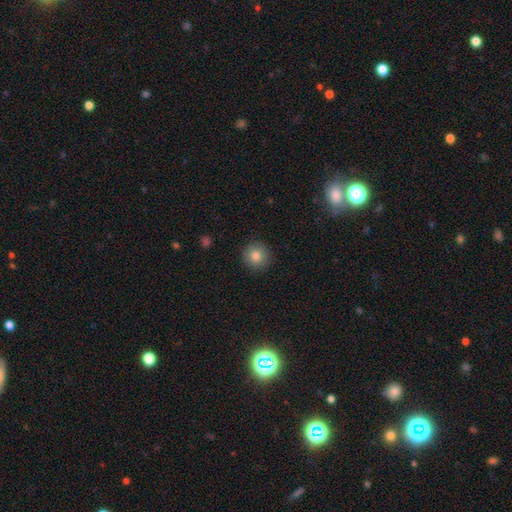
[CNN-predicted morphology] The model was most divided on "smooth or featured": smooth: 82%, star or artifact: 10%, featured or disk: 8%. More confident: how rounded — round (94%); merging — none (91%).